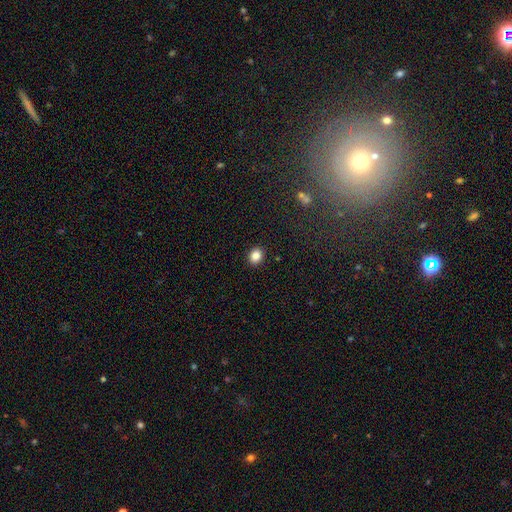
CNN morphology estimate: Overall: smooth (85%). How rounded: round (58%; in between 41%). Merging: none (91%).